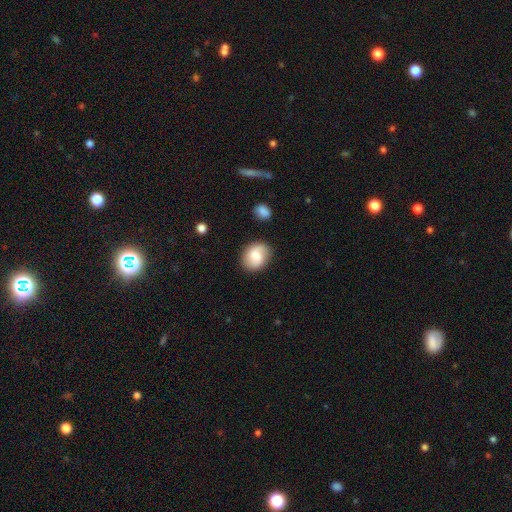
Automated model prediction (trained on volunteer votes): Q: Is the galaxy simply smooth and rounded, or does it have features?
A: smooth — 70%.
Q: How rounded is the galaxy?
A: round — 53%.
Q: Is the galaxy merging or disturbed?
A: none — 80%.